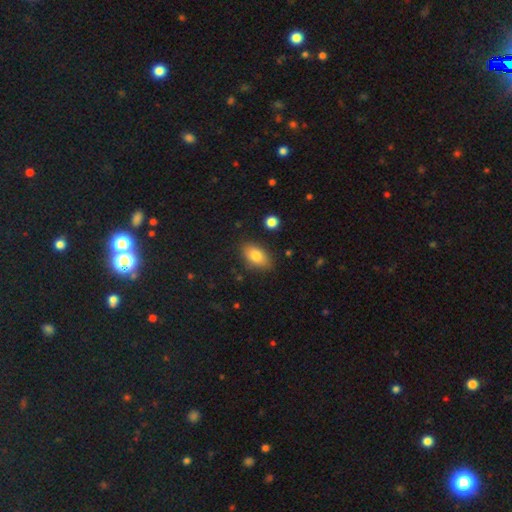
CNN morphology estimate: type=smooth (81%); roundness=in between (90%); merging=none (83%).